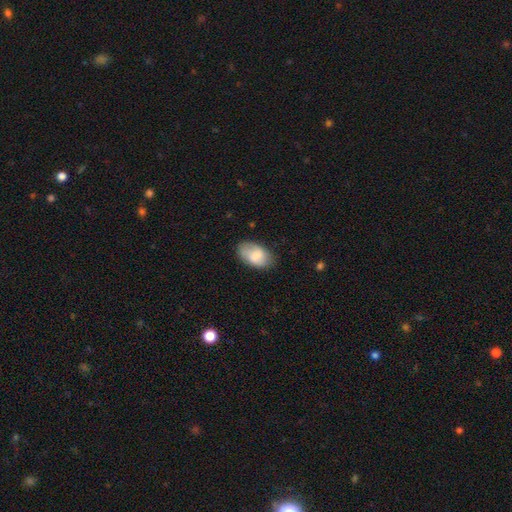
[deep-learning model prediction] A smooth galaxy with no disk features (75%) that is in between round and cigar-shaped (93%).

Vote fractions:
- Smooth or featured? smooth: 75% / featured or disk: 19% / star or artifact: 7%
- How rounded? in between: 93% / round: 6% / cigar-shaped: 1%
- Merging? none: 76% / minor disturbance: 18% / major disturbance: 5% / merger: 1%